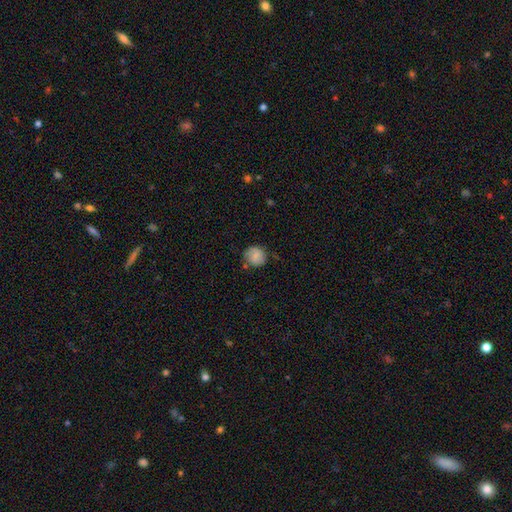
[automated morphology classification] smooth 68%, featured or disk 24%, star or artifact 8%. Down the decision tree: how rounded — round (85%); merging — none (69%).